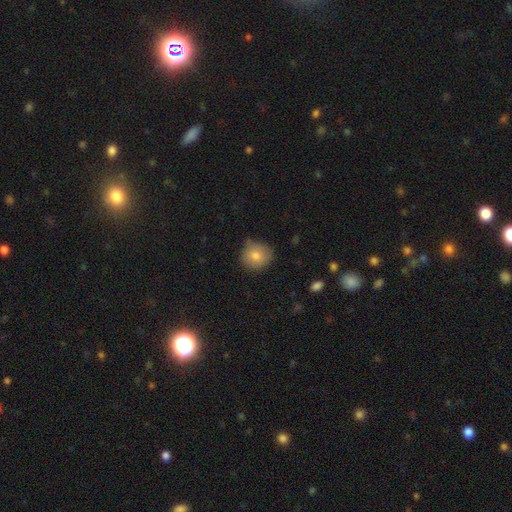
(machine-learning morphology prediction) Smooth or featured?
  - smooth: 81% *
  - featured or disk: 10%
  - star or artifact: 9%
How rounded?
  - round: 90% *
  - in between: 9%
  - cigar-shaped: 1%
Merging?
  - none: 74% *
  - minor disturbance: 20%
  - major disturbance: 3%
  - merger: 2%